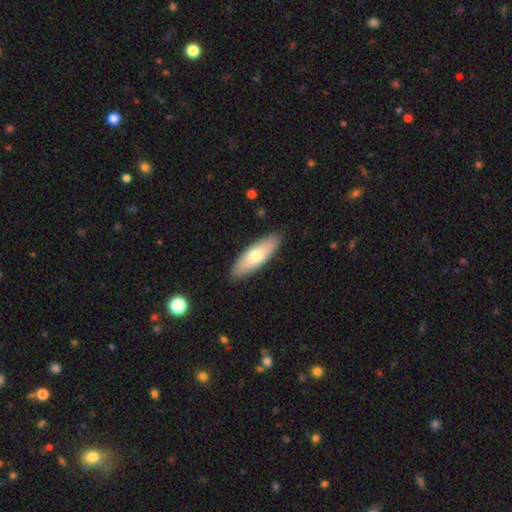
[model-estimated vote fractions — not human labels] A smooth galaxy with no disk features (67%) that is in between round and cigar-shaped (56%).

Vote fractions:
- Smooth or featured? smooth: 67% / featured or disk: 27% / star or artifact: 5%
- How rounded? in between: 56% / cigar-shaped: 42% / round: 2%
- Merging? none: 87% / minor disturbance: 10% / major disturbance: 2% / merger: 1%